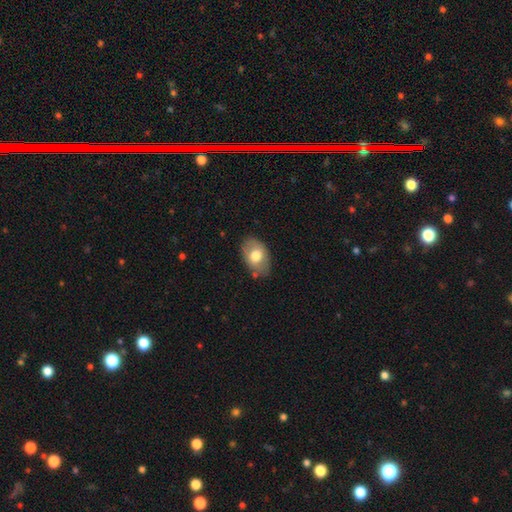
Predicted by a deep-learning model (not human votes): This appears to be a smooth galaxy with no disk features (70%) that is in between round and cigar-shaped (87%). Merging: none (77%).